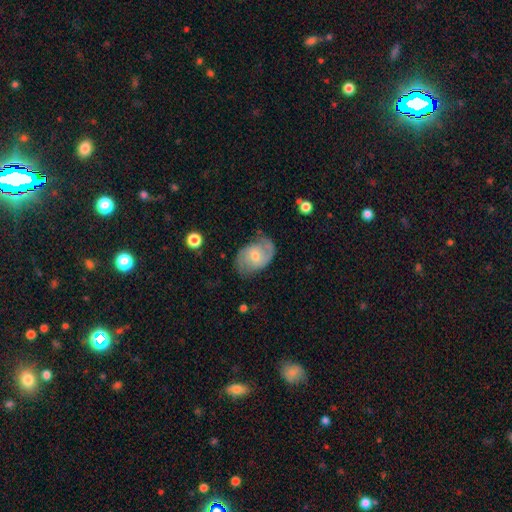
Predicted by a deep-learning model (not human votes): This appears to be a featured or disk galaxy (75%) with no bar (53%), 2 (82%) medium (45%) spiral arms (92%) and a moderate central bulge (51%). Merging: none (68%).